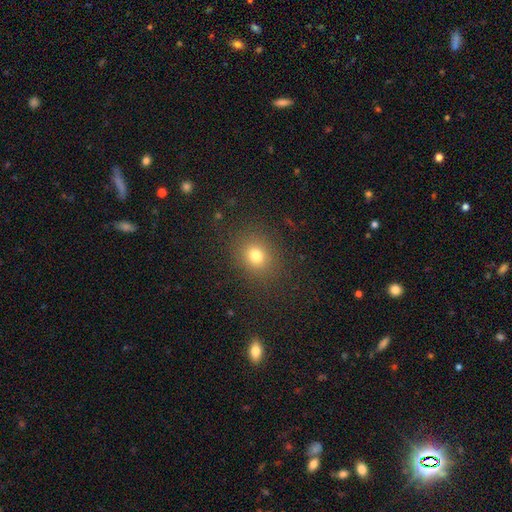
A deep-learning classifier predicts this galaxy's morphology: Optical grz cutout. It shows a smooth galaxy with no disk features (76%) that is round (68%). Merging: none (86%).